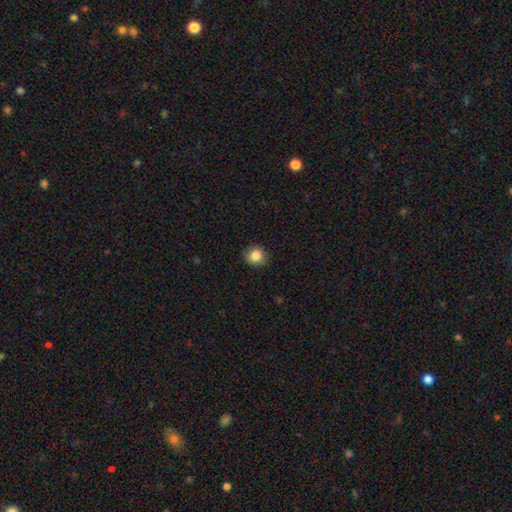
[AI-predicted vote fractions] Smooth or featured?
  - smooth: 86% *
  - star or artifact: 10%
  - featured or disk: 4%
How rounded?
  - round: 88% *
  - in between: 12%
  - cigar-shaped: 1%
Merging?
  - none: 87% *
  - minor disturbance: 10%
  - major disturbance: 2%
  - merger: 1%